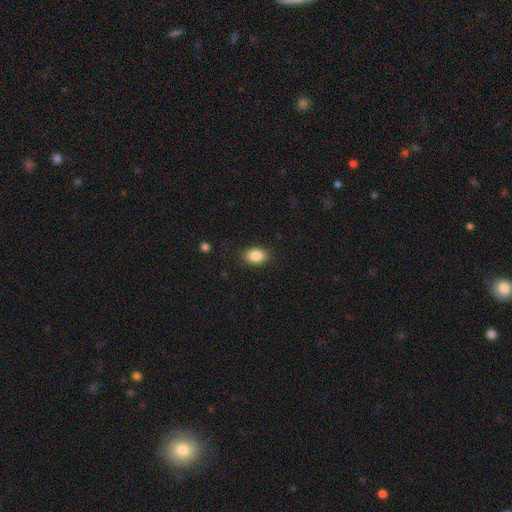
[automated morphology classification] Smooth or featured? Predicted: smooth (p=0.87). How rounded? Predicted: in between (p=0.78). Merging? Predicted: none (p=0.86).